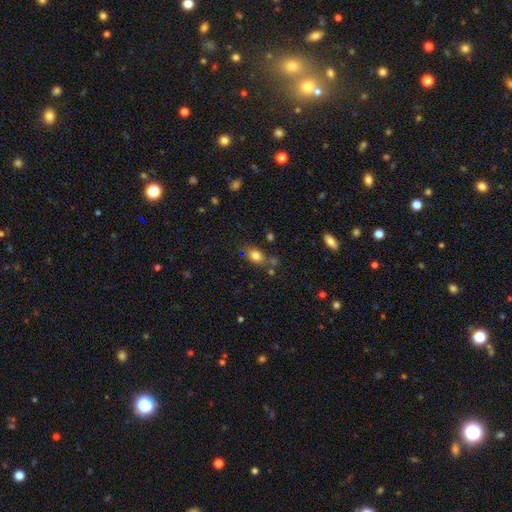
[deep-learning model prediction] A smooth galaxy with no disk features (80%) that is in between round and cigar-shaped (71%). Merging: none (64%).